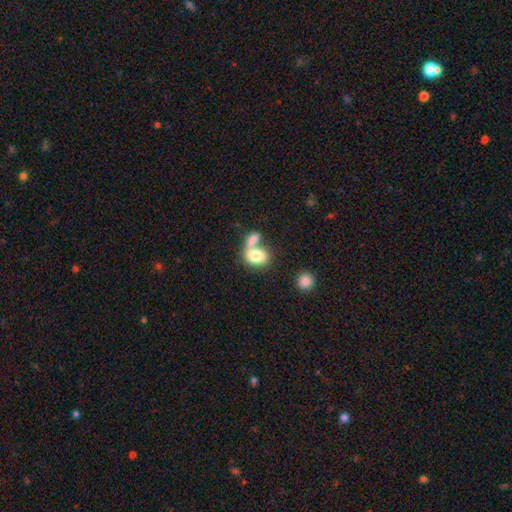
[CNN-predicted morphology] The model was most divided on "merging": merger: 59%, none: 25%, minor disturbance: 8%, major disturbance: 7%. More confident: smooth or featured — smooth (77%); how rounded — in between (73%).